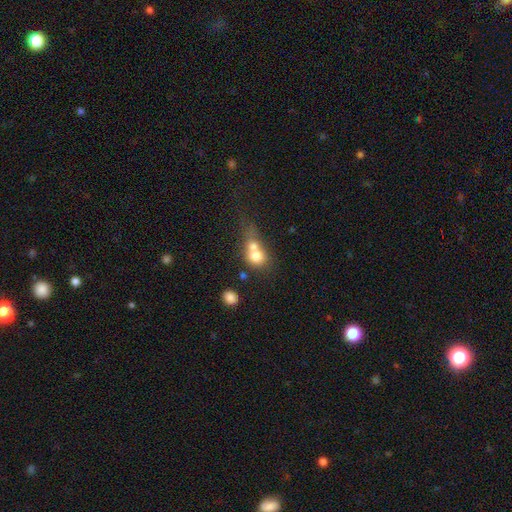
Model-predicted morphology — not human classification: This is likely a smooth galaxy (69%). How rounded: likely round (65%). Merging: likely merger (68%).